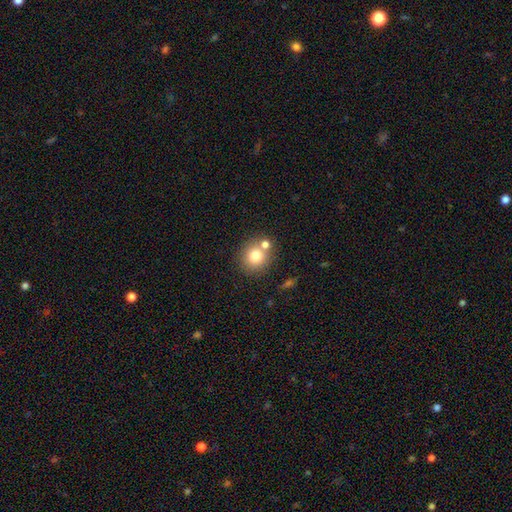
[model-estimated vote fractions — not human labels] This appears to be a smooth galaxy with no disk features (76%) that is round (85%). Merging: none (66%).